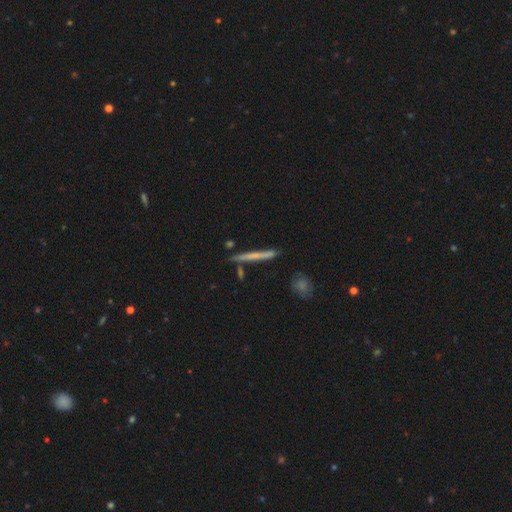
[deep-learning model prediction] This appears to be a smooth galaxy with no disk features (50%) that is cigar-shaped (96%). Merging: none (85%).